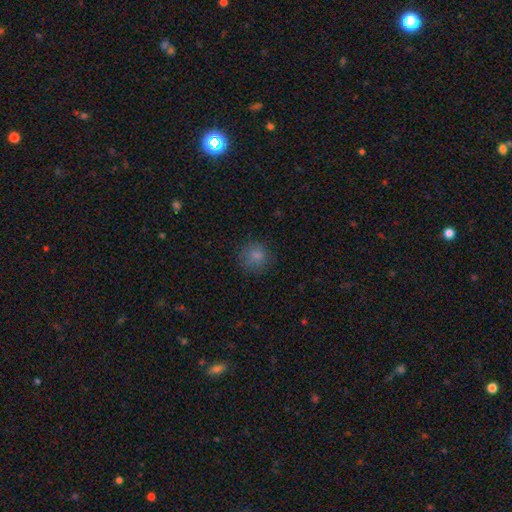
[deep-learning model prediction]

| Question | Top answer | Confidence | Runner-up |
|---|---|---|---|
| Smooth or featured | smooth | 81% | star or artifact (12%) |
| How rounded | round | 89% | in between (10%) |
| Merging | none | 81% | minor disturbance (13%) |